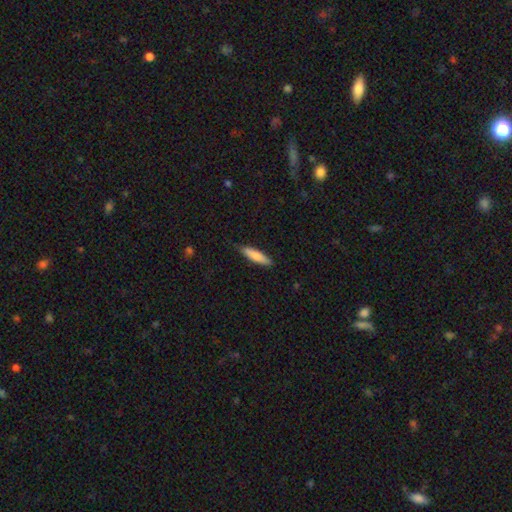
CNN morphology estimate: The model was most divided on "how rounded": cigar-shaped: 74%, in between: 25%, round: 1%. More confident: merging — none (82%); smooth or featured — smooth (77%).